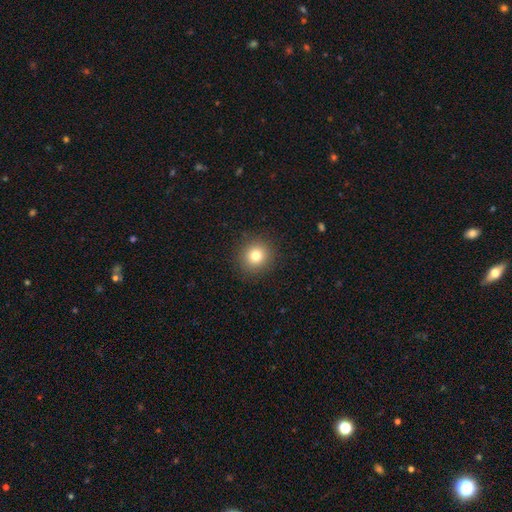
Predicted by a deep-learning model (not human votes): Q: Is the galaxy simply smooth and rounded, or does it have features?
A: smooth — 79%.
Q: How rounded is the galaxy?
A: round — 90%.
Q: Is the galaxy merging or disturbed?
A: none — 91%.